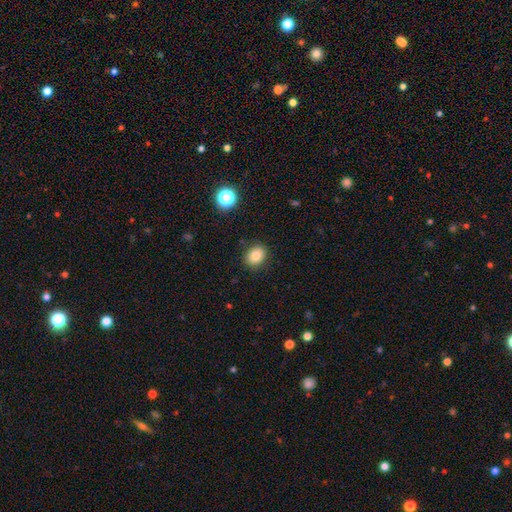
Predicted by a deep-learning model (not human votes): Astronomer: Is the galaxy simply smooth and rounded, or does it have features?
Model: smooth — 81%.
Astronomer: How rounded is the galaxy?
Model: in between — 50% (runner-up: round, 49%).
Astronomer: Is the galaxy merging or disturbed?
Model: none — 88%.